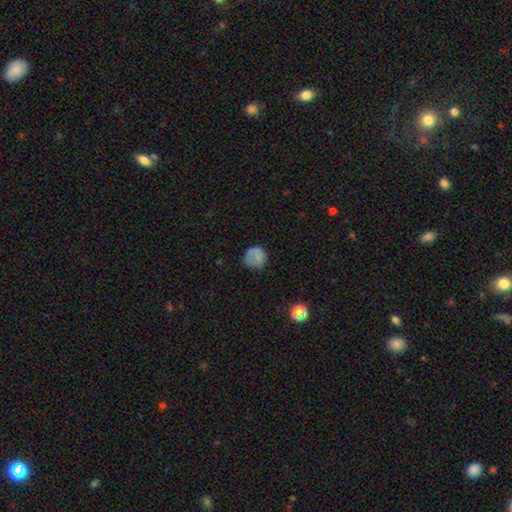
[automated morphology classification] Smooth or featured: smooth — 70% (featured or disk — 18%)
How rounded: round — 85% (in between — 14%)
Merging: none — 64% (minor disturbance — 22%)